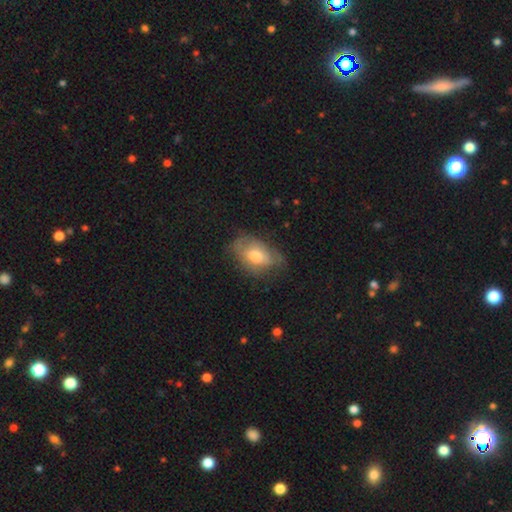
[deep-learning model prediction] Q: Smooth or featured?
A: smooth (58%); runner-up: featured or disk (35%)
Q: How rounded?
A: in between (89%); runner-up: round (9%)
Q: Merging?
A: none (56%); runner-up: minor disturbance (31%)